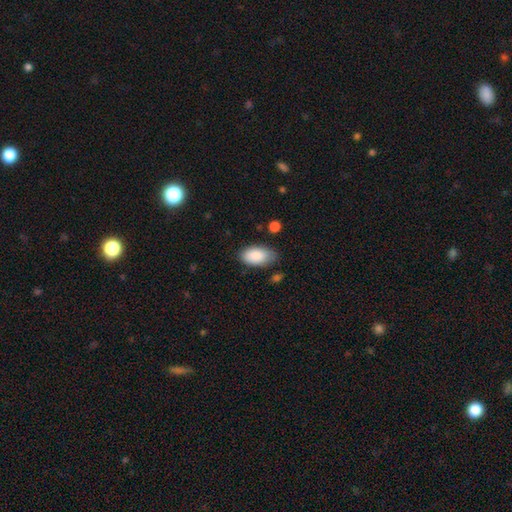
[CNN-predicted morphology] Smooth or featured? Predicted: smooth (p=0.88). How rounded? Predicted: in between (p=0.95). Merging? Predicted: none (p=0.75).